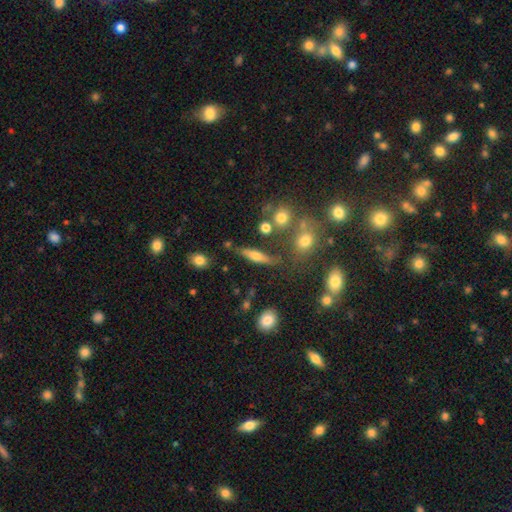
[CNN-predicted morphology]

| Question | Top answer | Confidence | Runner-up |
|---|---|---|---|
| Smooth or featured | smooth | 50% | featured or disk (40%) |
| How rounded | cigar-shaped | 65% | in between (28%) |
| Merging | none | 72% | minor disturbance (15%) |